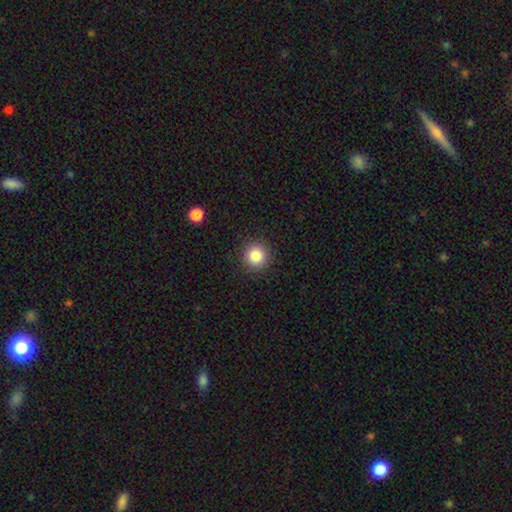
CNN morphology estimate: A smooth galaxy with no disk features (85%) that is round (94%).

Vote fractions:
- Smooth or featured? smooth: 85% / star or artifact: 10% / featured or disk: 5%
- How rounded? round: 94% / in between: 5% / cigar-shaped: 1%
- Merging? none: 91% / minor disturbance: 6% / major disturbance: 2% / merger: 1%